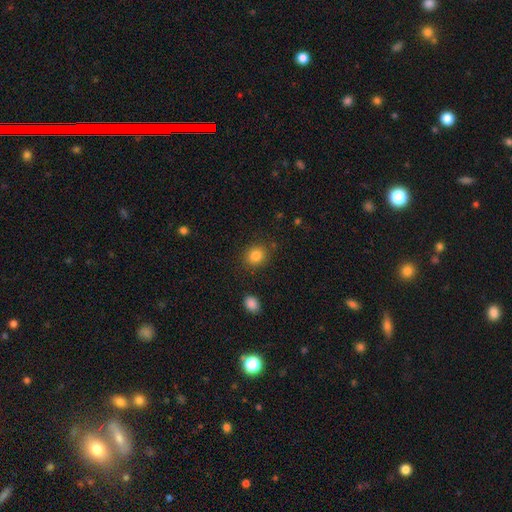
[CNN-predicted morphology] This appears to be a smooth galaxy with no disk features (84%) that is round (70%). Merging: none (85%).